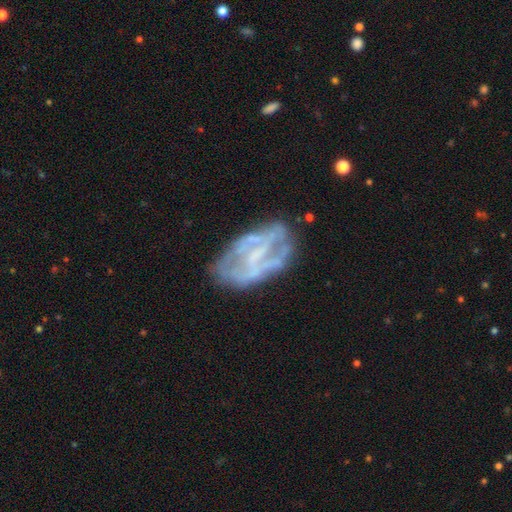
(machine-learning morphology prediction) type=featured or disk (76%); edge-on=no (96%); bar=weak (38%); spiral arms=yes (61%); bulge=none (57%); merging=none (60%).